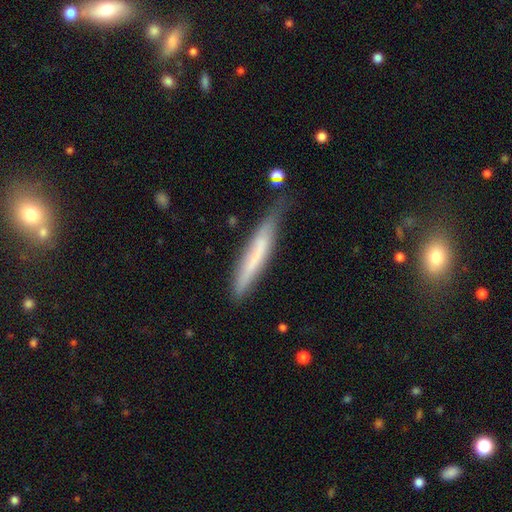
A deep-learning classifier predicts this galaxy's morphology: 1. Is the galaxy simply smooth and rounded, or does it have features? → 59% smooth, 35% featured or disk, 6% star or artifact.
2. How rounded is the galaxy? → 93% cigar-shaped, 6% in between, 1% round.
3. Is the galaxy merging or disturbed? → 56% none, 33% minor disturbance, 8% major disturbance, 4% merger.